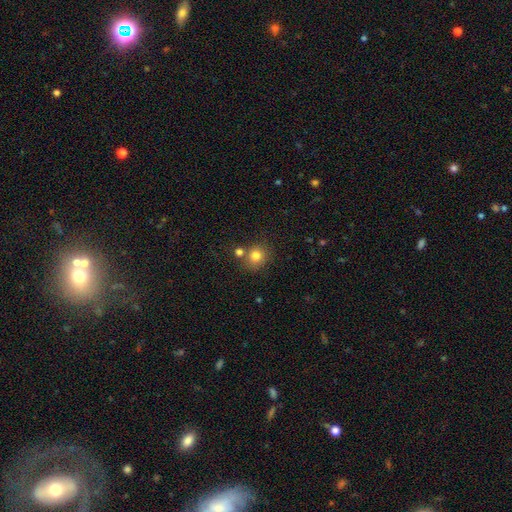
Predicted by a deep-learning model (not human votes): A smooth galaxy with no disk features (79%) that is round (85%).

Vote fractions:
- Smooth or featured? smooth: 79% / star or artifact: 13% / featured or disk: 8%
- How rounded? round: 85% / in between: 14% / cigar-shaped: 1%
- Merging? none: 69% / merger: 19% / minor disturbance: 9% / major disturbance: 3%